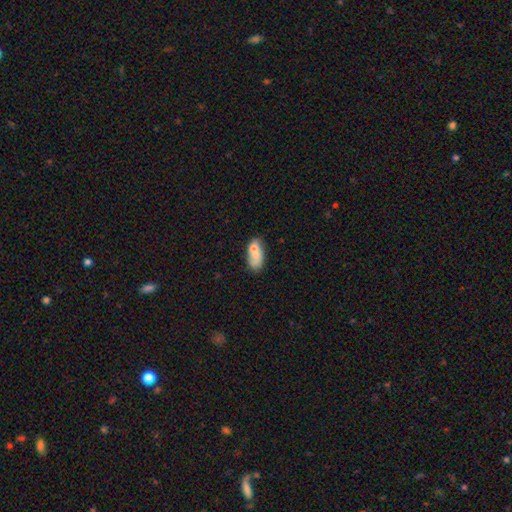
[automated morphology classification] This appears to be a smooth galaxy with no disk features (65%) that is in between round and cigar-shaped (89%). Merging: none (37%).